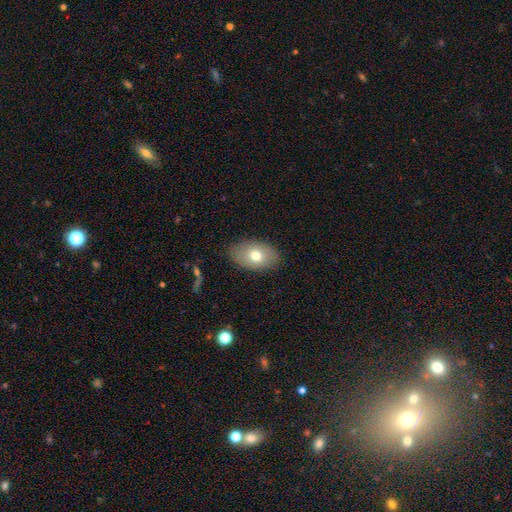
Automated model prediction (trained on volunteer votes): This appears to be a smooth galaxy with no disk features (72%) that is in between round and cigar-shaped (88%). Merging: none (83%).